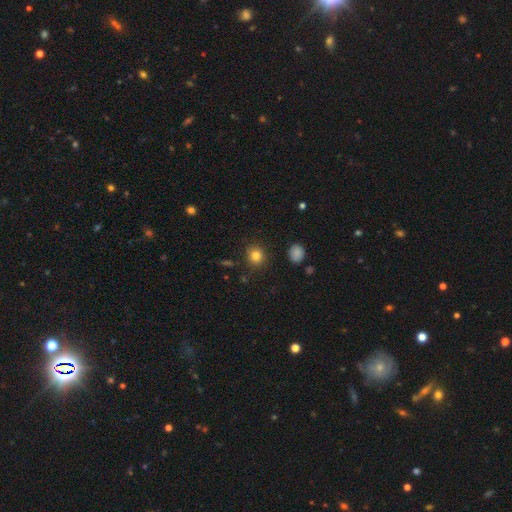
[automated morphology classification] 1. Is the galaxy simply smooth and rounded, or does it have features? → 82% smooth, 12% star or artifact, 6% featured or disk.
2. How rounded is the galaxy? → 83% round, 16% in between, 1% cigar-shaped.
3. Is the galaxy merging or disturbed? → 88% none, 8% minor disturbance, 3% major disturbance, 2% merger.